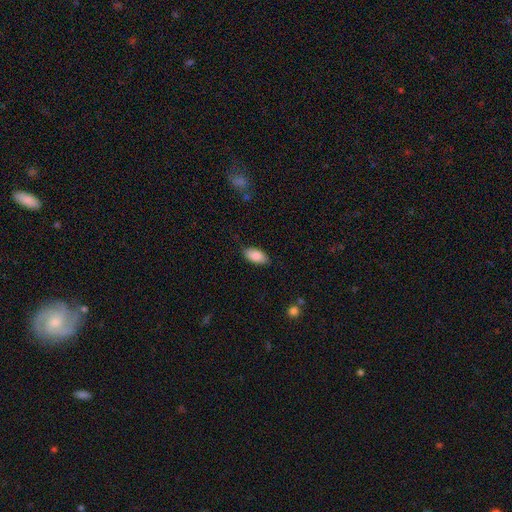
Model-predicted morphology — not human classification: A smooth galaxy with no disk features (87%) that is in between round and cigar-shaped (93%). Merging: none (84%).